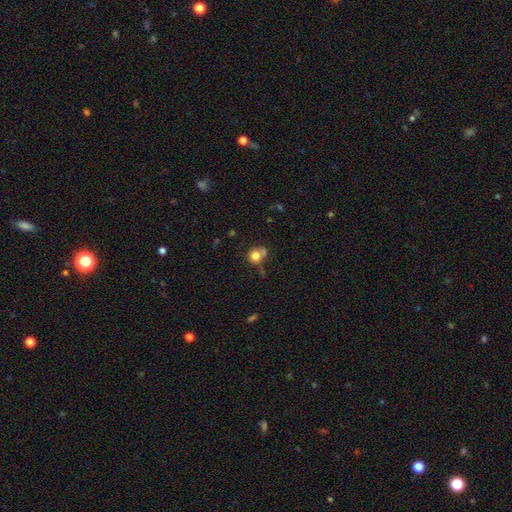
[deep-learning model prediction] The model was most divided on "merging": none: 51%, merger: 25%, minor disturbance: 17%, major disturbance: 7%. More confident: how rounded — round (84%); smooth or featured — smooth (78%).